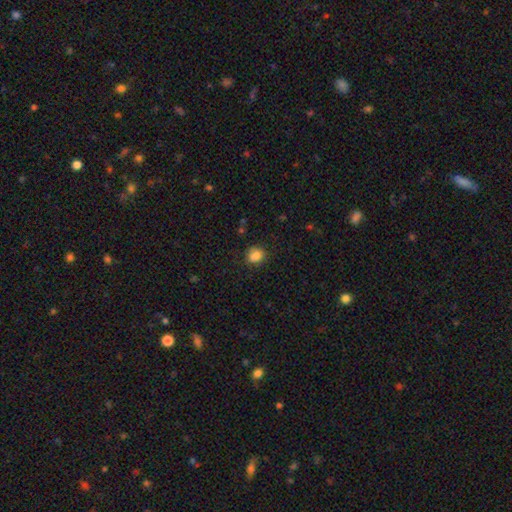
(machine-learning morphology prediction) smooth_or_featured: smooth (p=0.84) [alt: star or artifact p=0.11]
how_rounded: round (p=0.58) [alt: in between p=0.41]
merging: none (p=0.76) [alt: minor disturbance p=0.16]